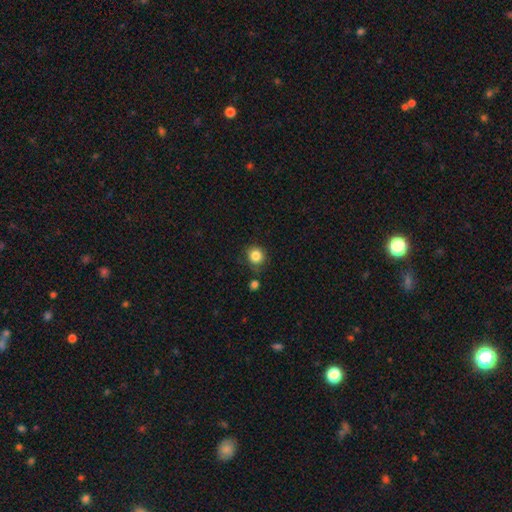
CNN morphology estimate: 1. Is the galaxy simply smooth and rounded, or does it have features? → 85% smooth, 11% star or artifact, 5% featured or disk.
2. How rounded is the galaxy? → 89% round, 10% in between, 1% cigar-shaped.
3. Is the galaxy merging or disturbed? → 79% none, 12% minor disturbance, 5% merger, 3% major disturbance.